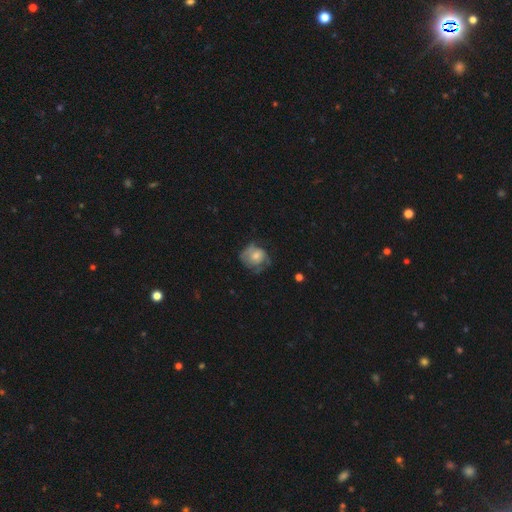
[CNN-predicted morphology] A smooth galaxy with no disk features (50%). Merging: none (47%).